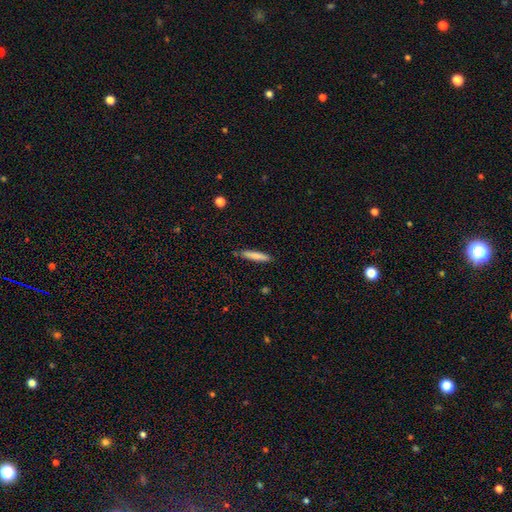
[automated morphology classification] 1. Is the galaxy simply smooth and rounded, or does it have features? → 79% smooth, 15% featured or disk, 6% star or artifact.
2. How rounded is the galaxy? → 88% cigar-shaped, 10% in between, 1% round.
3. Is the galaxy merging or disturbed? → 85% none, 11% minor disturbance, 2% major disturbance, 2% merger.